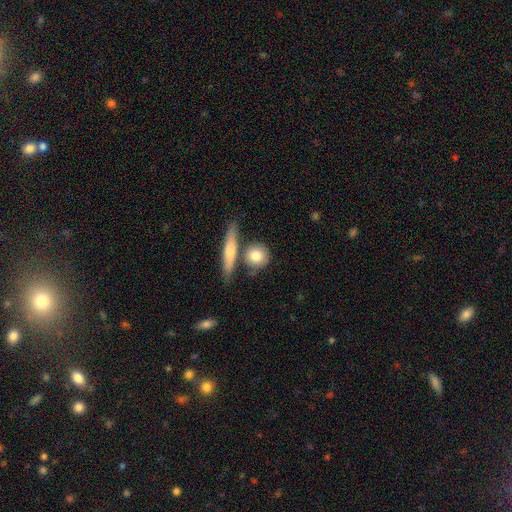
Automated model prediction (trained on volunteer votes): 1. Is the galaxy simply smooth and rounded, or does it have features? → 77% smooth, 18% featured or disk, 6% star or artifact.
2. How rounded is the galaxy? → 72% round, 18% in between, 10% cigar-shaped.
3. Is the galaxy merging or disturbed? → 65% none, 18% merger, 13% minor disturbance, 4% major disturbance.